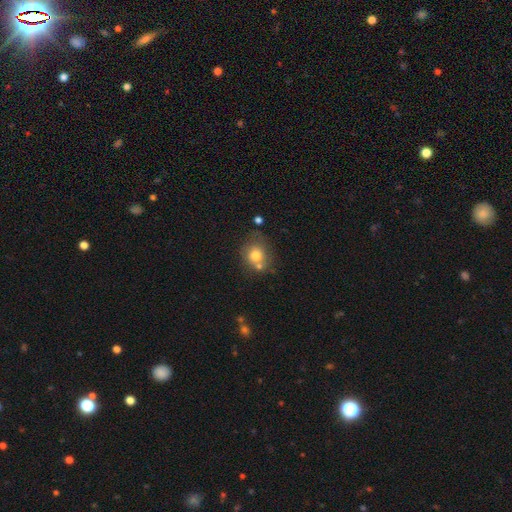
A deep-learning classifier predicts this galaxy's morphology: smooth_or_featured: smooth (p=0.76) [alt: featured or disk p=0.13]
how_rounded: round (p=0.77) [alt: in between p=0.22]
merging: none (p=0.55) [alt: merger p=0.22]